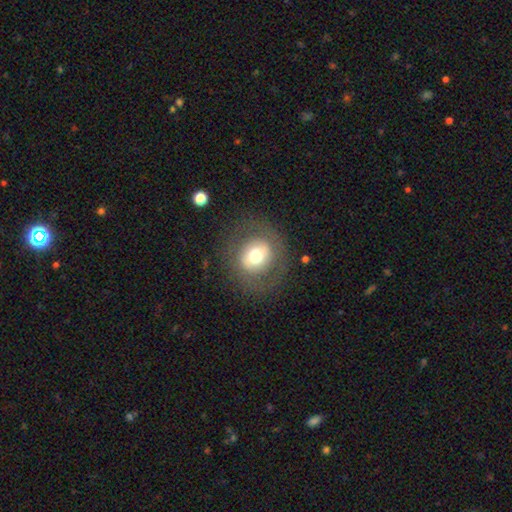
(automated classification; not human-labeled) Smooth or featured? smooth (60%)
How rounded? round (88%)
Merging? none (83%)